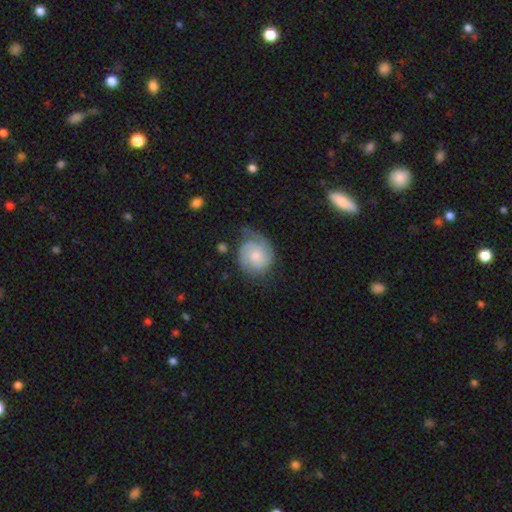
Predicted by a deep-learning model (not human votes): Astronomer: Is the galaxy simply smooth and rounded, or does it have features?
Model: featured or disk — 69%.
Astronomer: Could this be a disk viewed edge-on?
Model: no — 98%.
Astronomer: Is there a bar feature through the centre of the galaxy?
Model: no — 71%.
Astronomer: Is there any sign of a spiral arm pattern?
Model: yes — 94%.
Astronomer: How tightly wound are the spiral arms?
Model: tight — 53% (runner-up: medium, 35%).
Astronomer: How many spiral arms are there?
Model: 2 — 58%.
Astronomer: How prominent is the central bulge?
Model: small — 43% (runner-up: moderate, 40%).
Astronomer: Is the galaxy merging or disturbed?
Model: none — 59%.